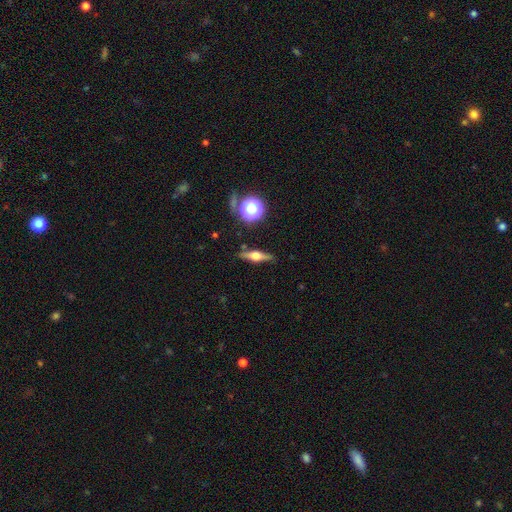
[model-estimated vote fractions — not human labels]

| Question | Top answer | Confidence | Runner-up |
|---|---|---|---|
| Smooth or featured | featured or disk | 67% | smooth (25%) |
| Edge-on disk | yes | 95% | no (5%) |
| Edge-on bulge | rounded | 94% | boxy (5%) |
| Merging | none | 86% | minor disturbance (10%) |